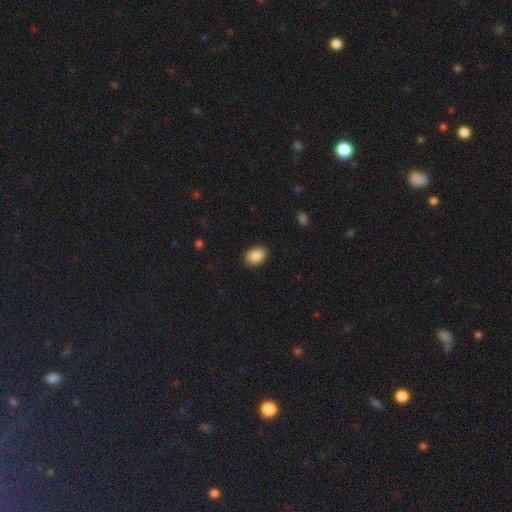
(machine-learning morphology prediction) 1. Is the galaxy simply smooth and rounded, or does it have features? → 89% smooth, 8% star or artifact, 4% featured or disk.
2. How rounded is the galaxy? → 79% in between, 20% round, 1% cigar-shaped.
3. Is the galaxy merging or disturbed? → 89% none, 8% minor disturbance, 2% major disturbance, 1% merger.